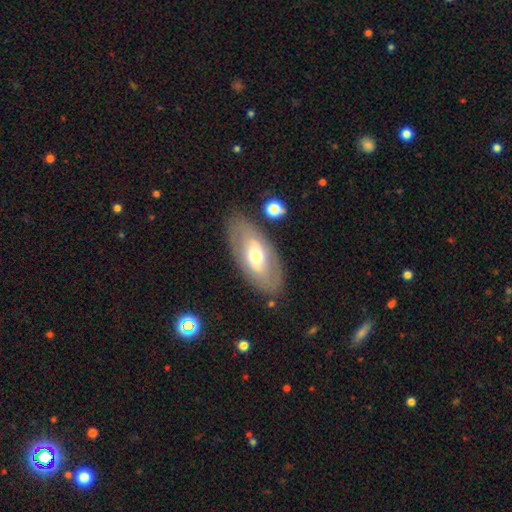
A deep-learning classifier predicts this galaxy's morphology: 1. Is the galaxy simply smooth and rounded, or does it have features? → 51% featured or disk, 42% smooth, 7% star or artifact.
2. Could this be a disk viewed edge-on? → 83% no, 17% yes.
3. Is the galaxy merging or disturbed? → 80% none, 12% minor disturbance, 5% major disturbance, 3% merger.